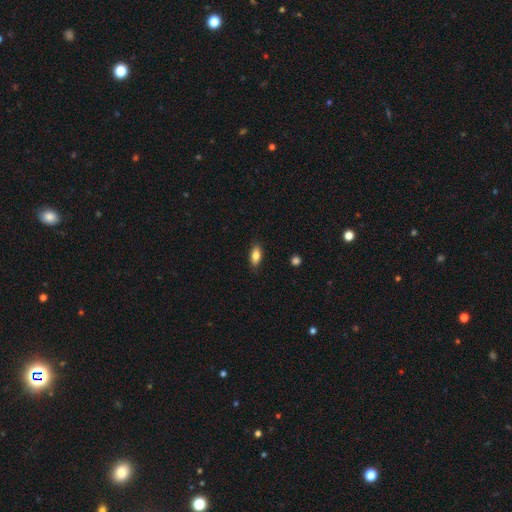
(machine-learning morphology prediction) Smooth or featured? Predicted: smooth (p=0.83). How rounded? Predicted: in between (p=0.86). Merging? Predicted: none (p=0.85).